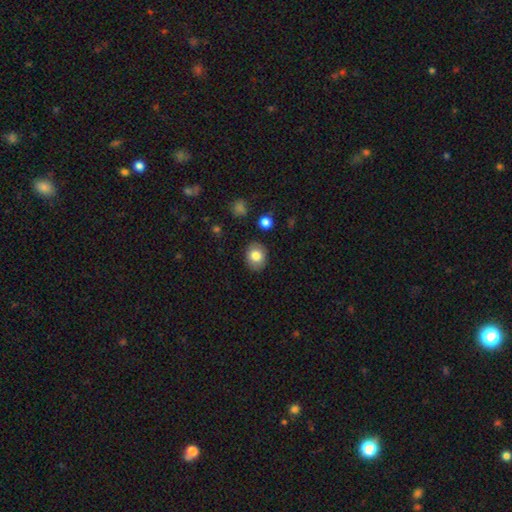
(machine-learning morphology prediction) smooth-or-featured: smooth: 81% | featured or disk: 11% | star or artifact: 8%
  how-rounded: round: 58% | in between: 41% | cigar-shaped: 1%
  merging: none: 87% | minor disturbance: 10% | major disturbance: 2% | merger: 2%